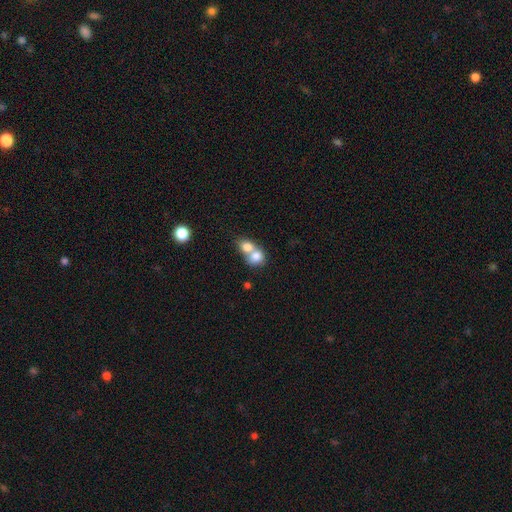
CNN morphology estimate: The model was most divided on "how rounded": round: 65%, in between: 34%, cigar-shaped: 1%. More confident: smooth or featured — smooth (77%); merging — merger (73%).